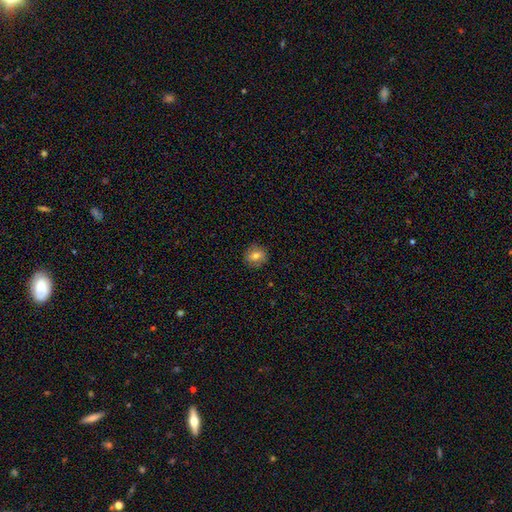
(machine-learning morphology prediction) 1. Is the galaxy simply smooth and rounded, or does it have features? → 70% smooth, 19% featured or disk, 11% star or artifact.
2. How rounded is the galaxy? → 83% round, 16% in between, 1% cigar-shaped.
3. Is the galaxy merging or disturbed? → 85% none, 11% minor disturbance, 3% major disturbance, 1% merger.